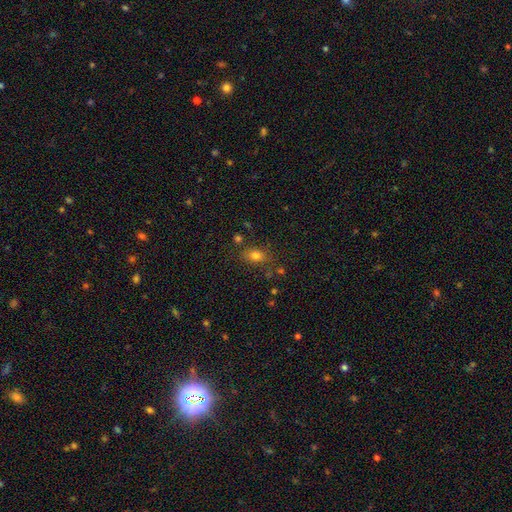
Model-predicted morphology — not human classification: type=smooth (77%); roundness=in between (71%); merging=none (73%).